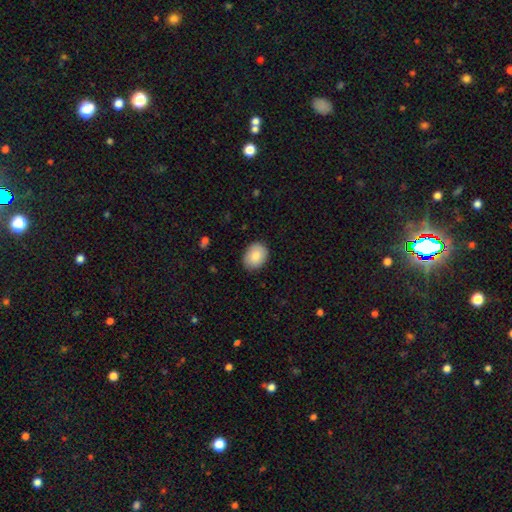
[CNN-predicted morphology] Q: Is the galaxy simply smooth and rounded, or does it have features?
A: smooth — 84%.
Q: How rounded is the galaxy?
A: in between — 59%.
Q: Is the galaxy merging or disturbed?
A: none — 86%.